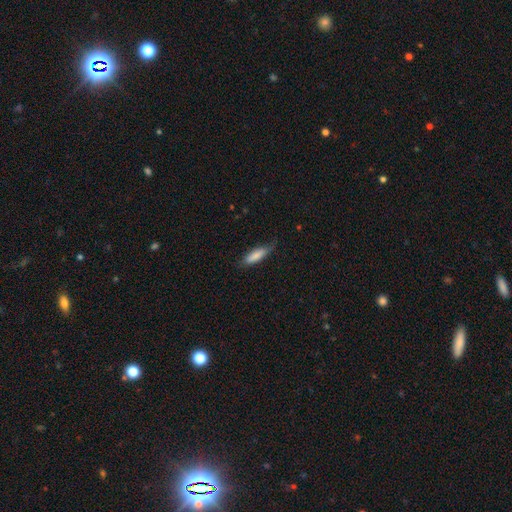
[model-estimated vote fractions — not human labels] A smooth galaxy with no disk features (80%) that is cigar-shaped (57%).

Vote fractions:
- Smooth or featured? smooth: 80% / featured or disk: 14% / star or artifact: 6%
- How rounded? cigar-shaped: 57% / in between: 41% / round: 2%
- Merging? none: 66% / minor disturbance: 27% / major disturbance: 6% / merger: 1%